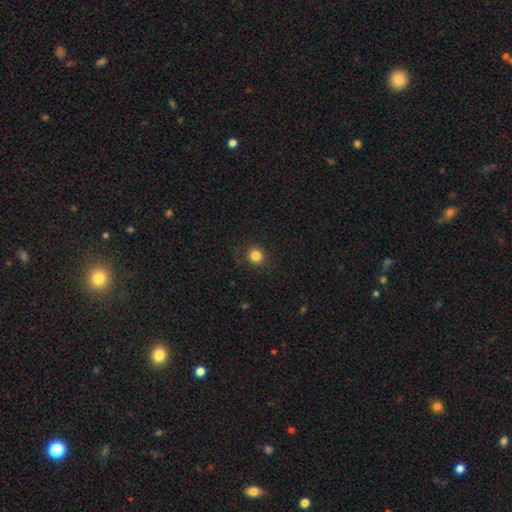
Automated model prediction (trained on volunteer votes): Overall: smooth (84%). How rounded: round (87%). Merging: none (88%).